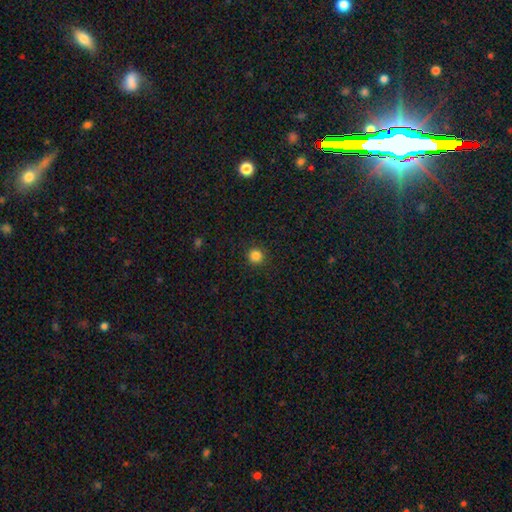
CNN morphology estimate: Smooth or featured?
  - smooth: 85% *
  - star or artifact: 12%
  - featured or disk: 4%
How rounded?
  - round: 95% *
  - in between: 4%
  - cigar-shaped: 1%
Merging?
  - none: 92% *
  - minor disturbance: 5%
  - major disturbance: 2%
  - merger: 1%